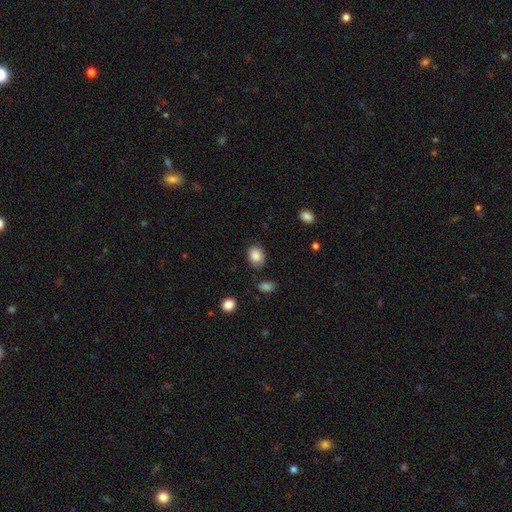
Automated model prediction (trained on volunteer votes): Overall: smooth (86%). How rounded: in between (61%; round 38%). Merging: none (76%).